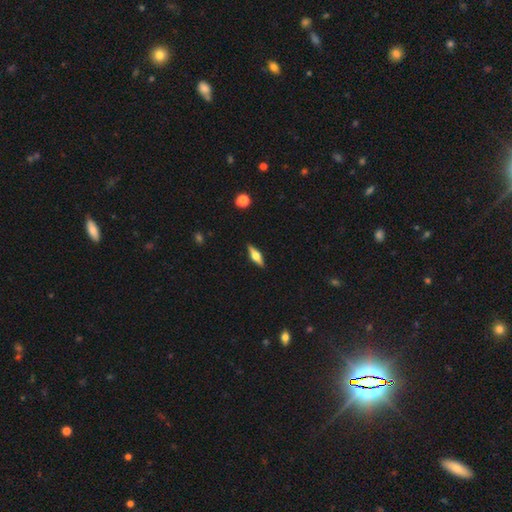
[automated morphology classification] featured or disk 56%, smooth 38%, star or artifact 6%. Down the decision tree: edge-on disk — yes (94%); edge-on bulge — rounded (92%); merging — none (89%).